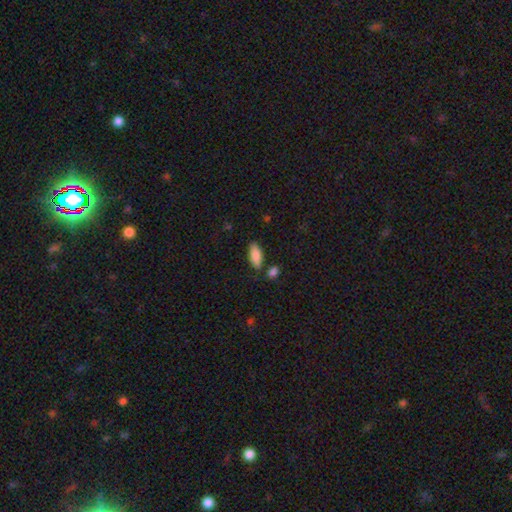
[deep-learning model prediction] This is clearly a smooth galaxy (85%). How rounded: likely in between (78%). Merging: likely none (77%).